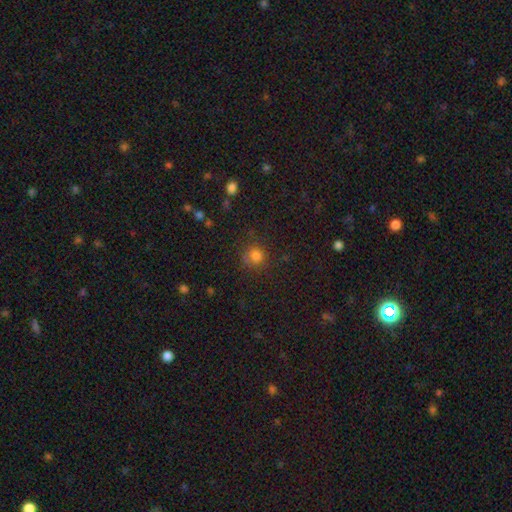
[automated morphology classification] Smooth or featured: smooth — 79% (star or artifact — 15%)
How rounded: round — 89% (in between — 10%)
Merging: none — 76% (minor disturbance — 15%)